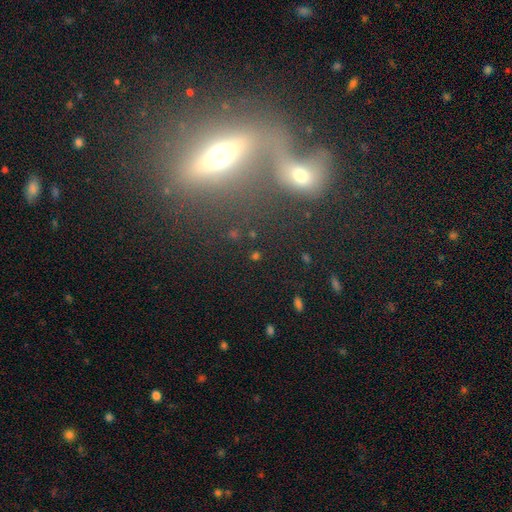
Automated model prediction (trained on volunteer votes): smooth_or_featured: smooth (p=0.46) [alt: star or artifact p=0.40]
merging: none (p=0.77) [alt: minor disturbance p=0.10]